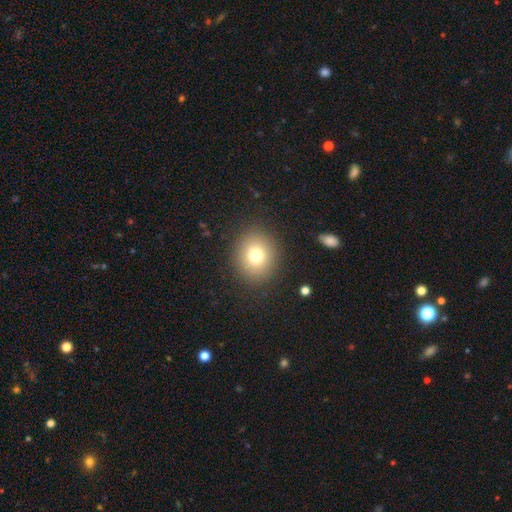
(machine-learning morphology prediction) Smooth or featured: smooth — 75% (star or artifact — 13%)
How rounded: round — 78% (in between — 21%)
Merging: none — 88% (minor disturbance — 8%)